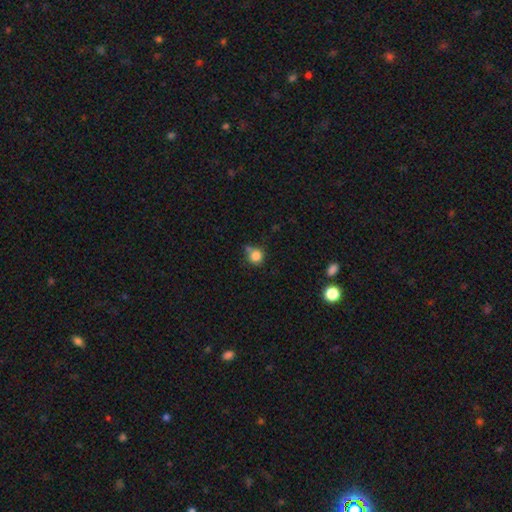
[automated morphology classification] smooth_or_featured: smooth (p=0.82) [alt: star or artifact p=0.11]
how_rounded: round (p=0.87) [alt: in between p=0.12]
merging: none (p=0.60) [alt: minor disturbance p=0.20]